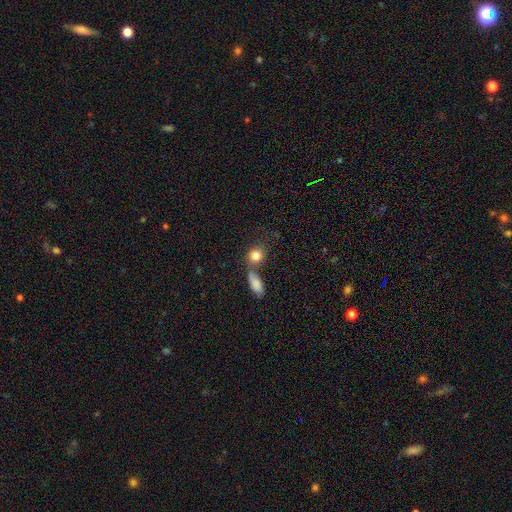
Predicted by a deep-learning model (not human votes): Morphology: type=smooth (83%); roundness=round (63%); merging=none (46%).